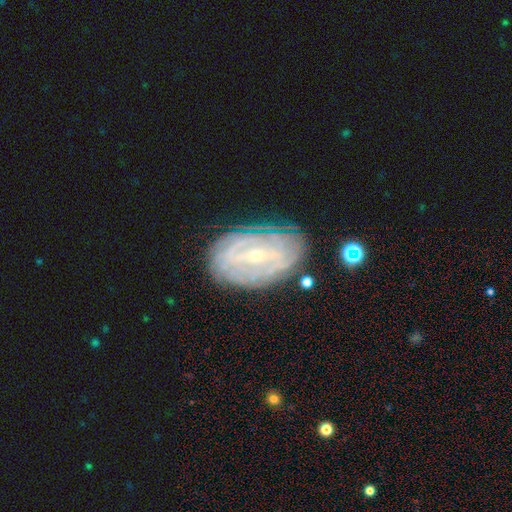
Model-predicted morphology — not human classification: Smooth or featured: featured or disk — 81% (smooth — 12%)
Edge-on disk: no — 95% (yes — 5%)
Bar: weak — 44% (strong — 33%)
Spiral arms: yes — 82% (no — 18%)
Spiral winding: tight — 74% (medium — 19%)
Spiral arm count: can't tell — 52% (2 — 18%)
Bulge size: small — 74% (moderate — 22%)
Merging: none — 78% (minor disturbance — 15%)